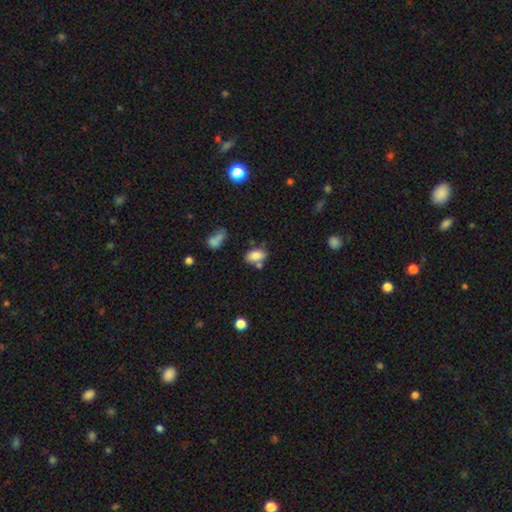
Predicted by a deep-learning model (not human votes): Overall: smooth (82%). How rounded: in between (89%). Merging: none (61%).